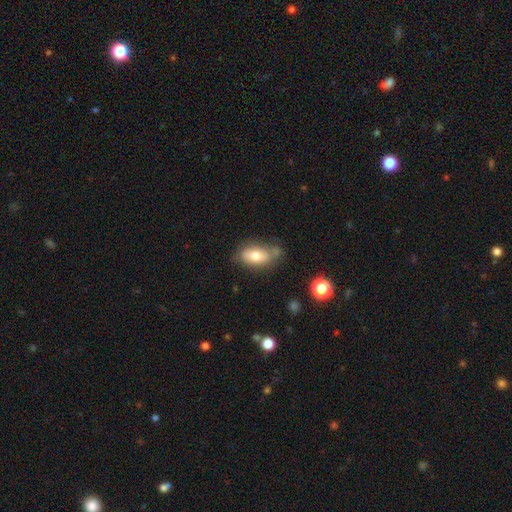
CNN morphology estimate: A smooth galaxy with no disk features (75%) that is in between round and cigar-shaped (88%). Merging: none (58%).